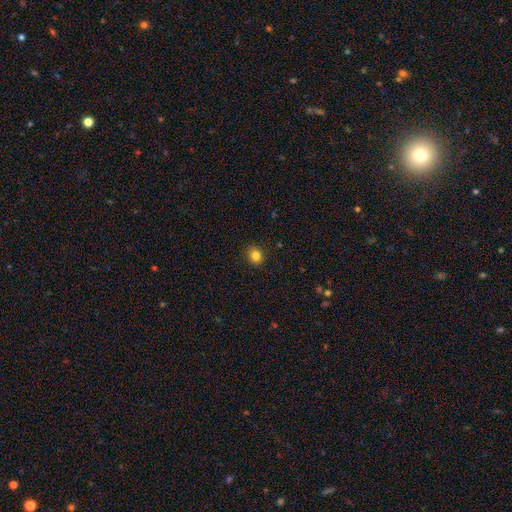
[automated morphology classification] This is clearly a smooth galaxy (83%). How rounded: likely round (78%). Merging: clearly none (90%).